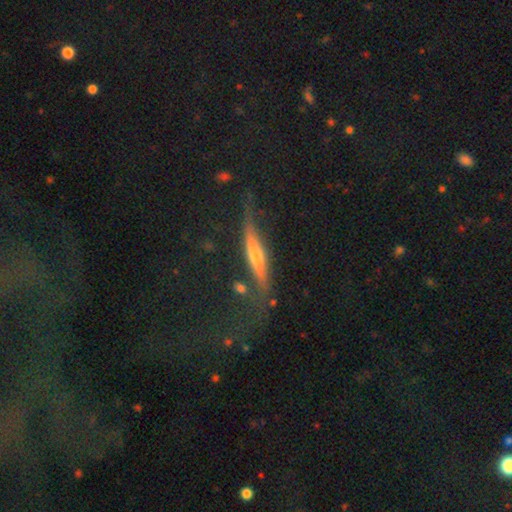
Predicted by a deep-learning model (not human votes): Q: Smooth or featured?
A: featured or disk (66%); runner-up: smooth (24%)
Q: Edge-on disk?
A: yes (85%); runner-up: no (15%)
Q: Edge-on bulge?
A: rounded (67%); runner-up: none (20%)
Q: Merging?
A: none (54%); runner-up: minor disturbance (25%)